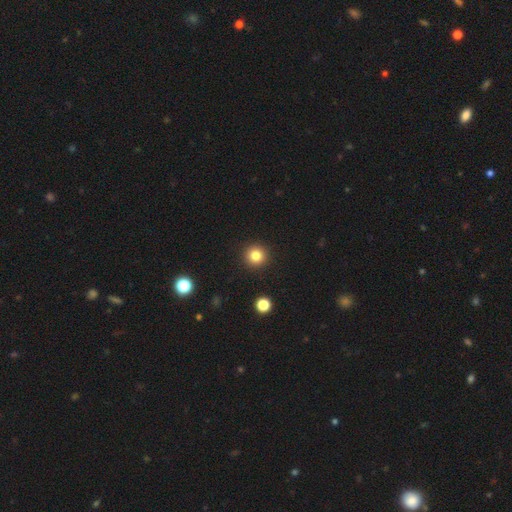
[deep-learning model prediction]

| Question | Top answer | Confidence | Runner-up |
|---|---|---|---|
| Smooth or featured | smooth | 83% | star or artifact (12%) |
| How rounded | round | 95% | in between (4%) |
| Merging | none | 92% | minor disturbance (5%) |